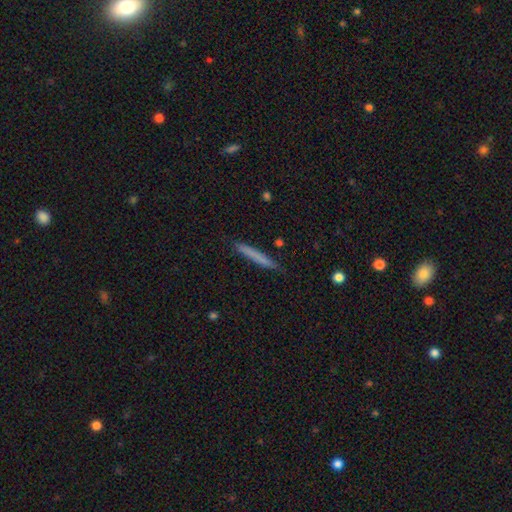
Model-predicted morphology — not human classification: Smooth or featured? Predicted: smooth (p=0.73). How rounded? Predicted: cigar-shaped (p=0.96). Merging? Predicted: none (p=0.88).